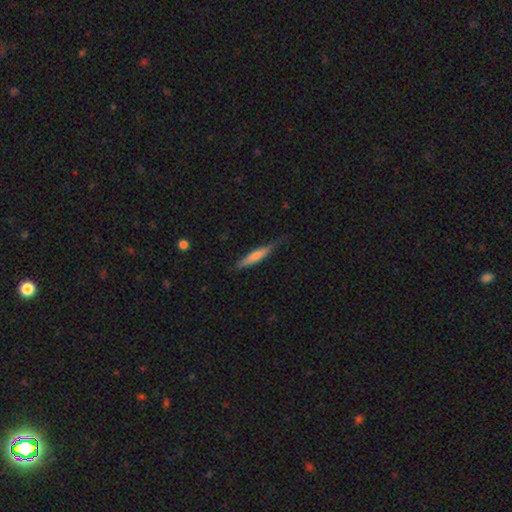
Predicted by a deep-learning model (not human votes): Morphology: type=smooth (59%); roundness=cigar-shaped (91%); merging=none (74%).